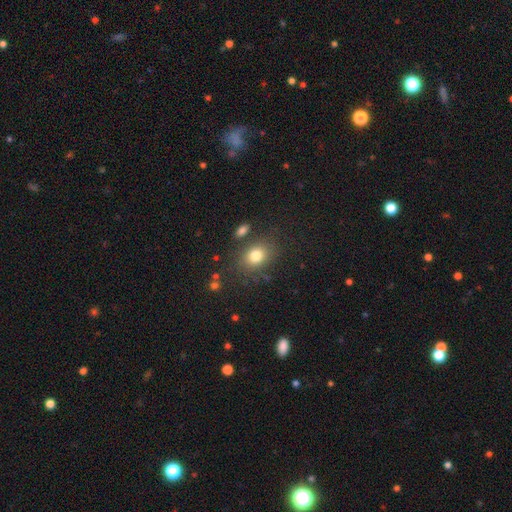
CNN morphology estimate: This appears to be a smooth galaxy with no disk features (80%) that is in between round and cigar-shaped (57%). Merging: none (78%).